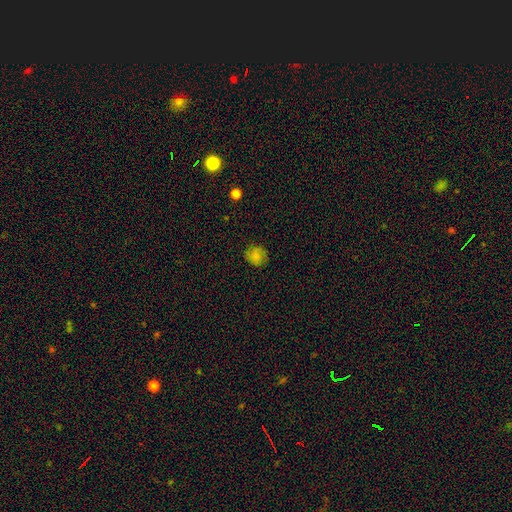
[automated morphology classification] This is likely a smooth galaxy (78%). How rounded: clearly round (81%). Merging: clearly none (81%).